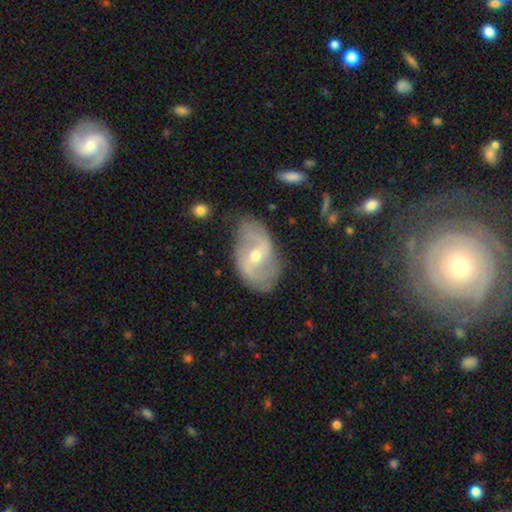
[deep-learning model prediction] featured or disk 80%, smooth 14%, star or artifact 6%. Down the decision tree: edge-on disk — no (96%); bar — weak (51%); spiral arms — yes (89%); spiral arm count — 2 (83%); spiral winding — medium (41%); bulge size — moderate (57%); merging — none (70%).